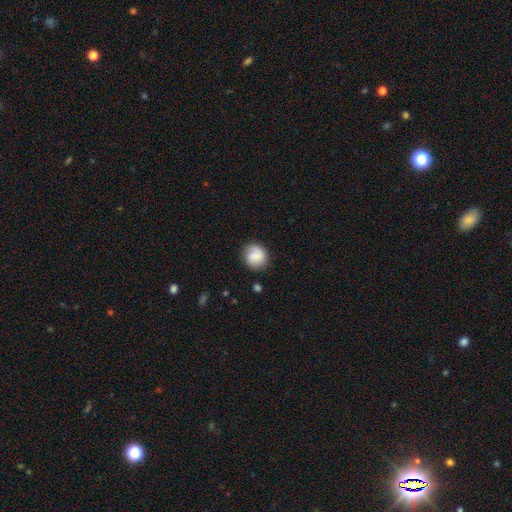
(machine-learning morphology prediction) smooth_or_featured: smooth (p=0.75) [alt: featured or disk p=0.18]
how_rounded: round (p=0.84) [alt: in between p=0.15]
merging: none (p=0.78) [alt: minor disturbance p=0.16]